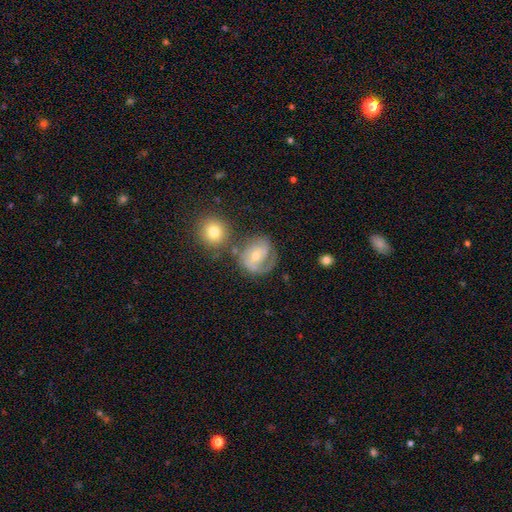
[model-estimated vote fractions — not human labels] smooth-or-featured: featured or disk: 69% | smooth: 23% | star or artifact: 8%
  disk-edge-on: no: 97% | yes: 3%
    bar: no: 52% | weak: 38% | strong: 11%
    has-spiral-arms: yes: 88% | no: 12%
      spiral-winding: tight: 46% | medium: 40% | loose: 14%
      spiral-arm-count: 2: 47% | 1: 29% | can't tell: 16% | 3: 6% | 4: 2% | more than 4: 2%
    bulge-size: moderate: 53% | small: 42% | large: 2% | none: 1% | dominant: 1%
  merging: none: 52% | minor disturbance: 21% | major disturbance: 16% | merger: 12%